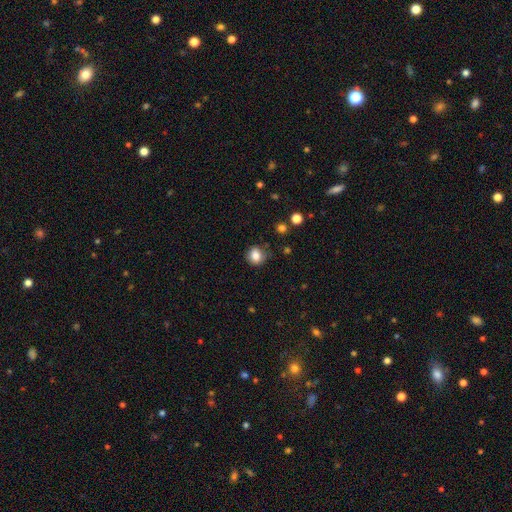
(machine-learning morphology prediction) This is clearly a smooth galaxy (83%). How rounded: clearly round (81%). Merging: likely none (79%).